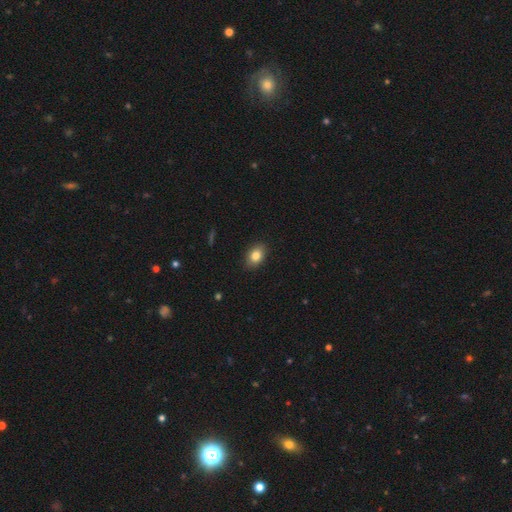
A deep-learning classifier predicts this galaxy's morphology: Overall: smooth (82%). How rounded: in between (79%). Merging: none (88%).